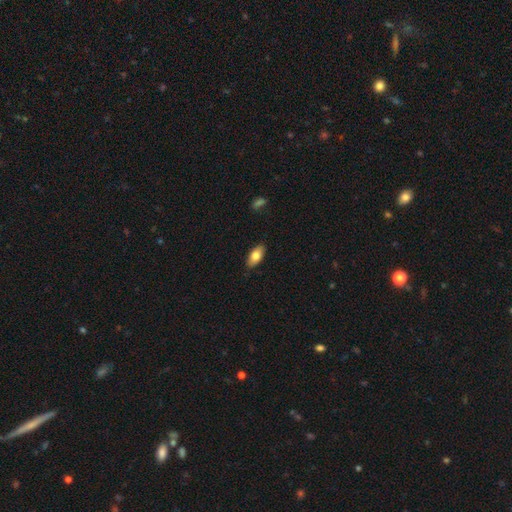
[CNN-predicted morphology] Smooth or featured?
  - smooth: 77% *
  - featured or disk: 17%
  - star or artifact: 6%
How rounded?
  - in between: 90% *
  - cigar-shaped: 7%
  - round: 3%
Merging?
  - none: 86% *
  - minor disturbance: 11%
  - major disturbance: 2%
  - merger: 1%